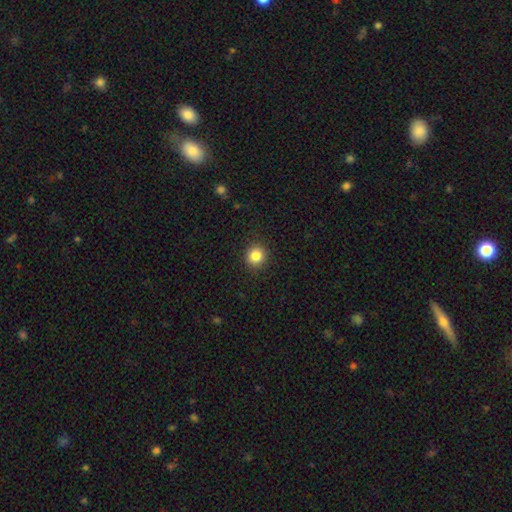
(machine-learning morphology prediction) Smooth or featured? Predicted: smooth (p=0.85). How rounded? Predicted: round (p=0.91). Merging? Predicted: none (p=0.91).